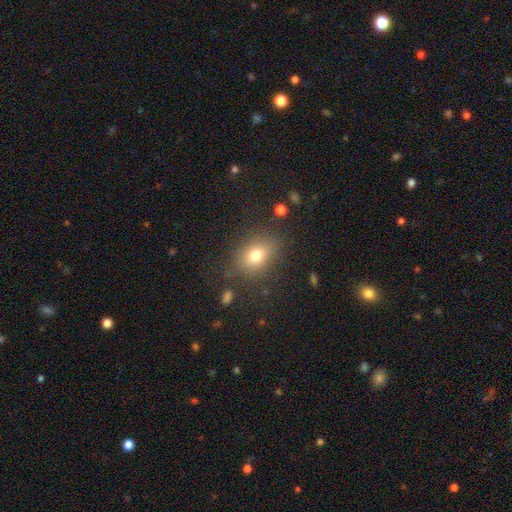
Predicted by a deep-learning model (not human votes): smooth_or_featured: smooth (p=0.75) [alt: star or artifact p=0.13]
how_rounded: in between (p=0.65) [alt: round p=0.33]
merging: none (p=0.79) [alt: minor disturbance p=0.13]